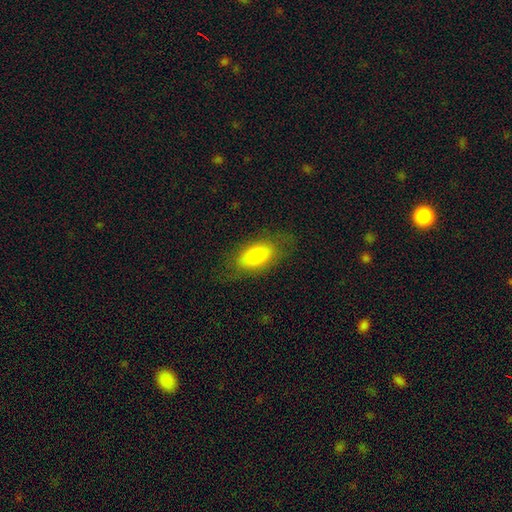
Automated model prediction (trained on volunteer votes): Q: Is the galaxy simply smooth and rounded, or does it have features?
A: smooth — 80%.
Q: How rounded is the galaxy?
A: in between — 90%.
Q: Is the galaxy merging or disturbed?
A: none — 72%.